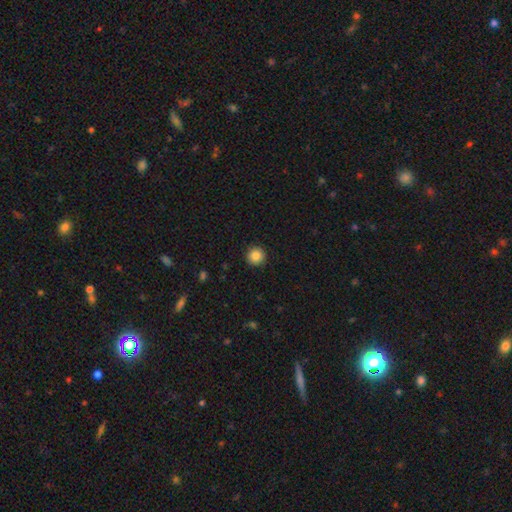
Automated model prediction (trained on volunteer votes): Smooth or featured: smooth — 86% (star or artifact — 9%)
How rounded: round — 95% (in between — 4%)
Merging: none — 93% (minor disturbance — 5%)